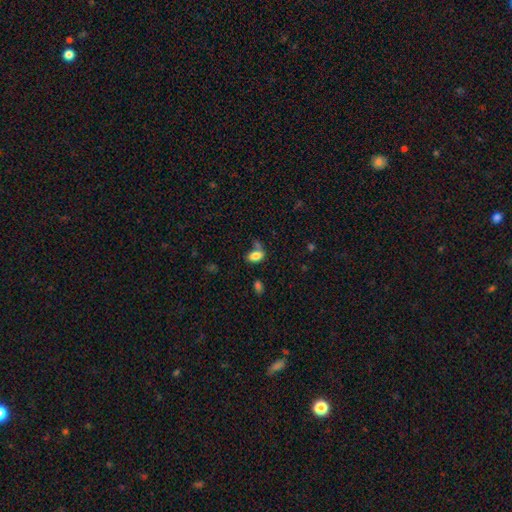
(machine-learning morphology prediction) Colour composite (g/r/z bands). It shows a smooth galaxy with no disk features (80%) that is in between round and cigar-shaped (89%). Merging: none (45%).